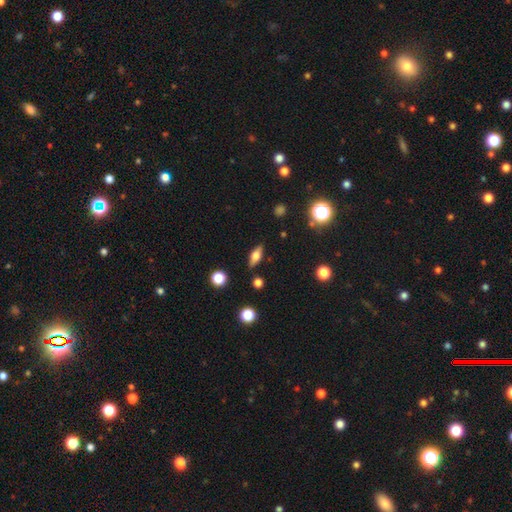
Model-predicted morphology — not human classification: Q: Smooth or featured?
A: smooth (60%); runner-up: featured or disk (31%)
Q: How rounded?
A: in between (72%); runner-up: cigar-shaped (21%)
Q: Merging?
A: none (85%); runner-up: minor disturbance (11%)